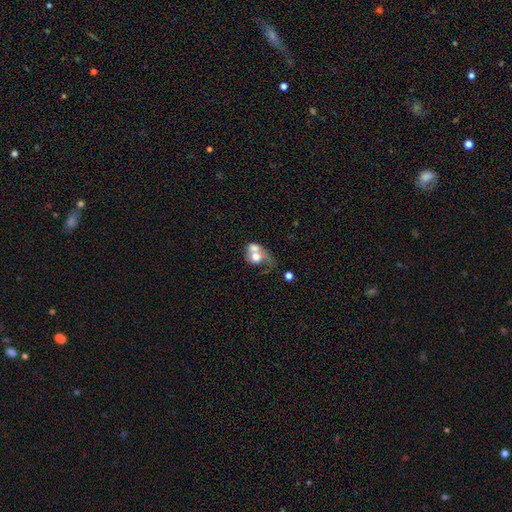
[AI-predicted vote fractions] smooth 53%, featured or disk 38%, star or artifact 9%. Down the decision tree: how rounded — round (53%); merging — merger (62%).